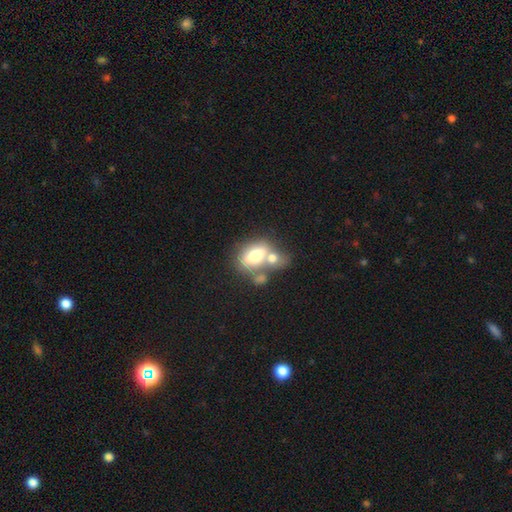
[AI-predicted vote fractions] Smooth or featured?
  - smooth: 65% *
  - featured or disk: 26%
  - star or artifact: 9%
How rounded?
  - in between: 83% *
  - round: 14%
  - cigar-shaped: 3%
Merging?
  - merger: 53% *
  - none: 29%
  - minor disturbance: 11%
  - major disturbance: 7%